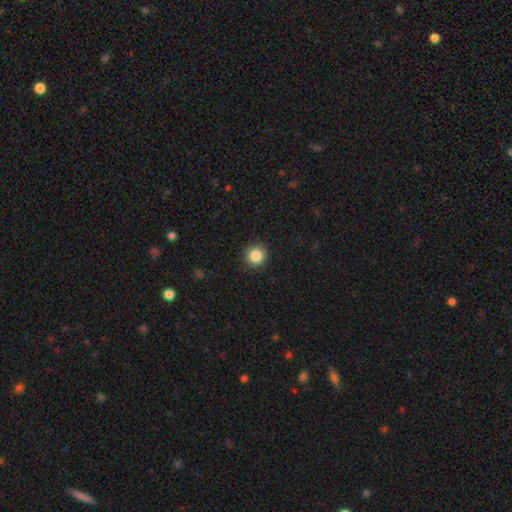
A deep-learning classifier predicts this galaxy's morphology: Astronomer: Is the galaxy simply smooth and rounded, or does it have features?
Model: smooth — 86%.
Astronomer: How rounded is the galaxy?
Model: round — 94%.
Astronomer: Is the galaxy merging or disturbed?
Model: none — 91%.